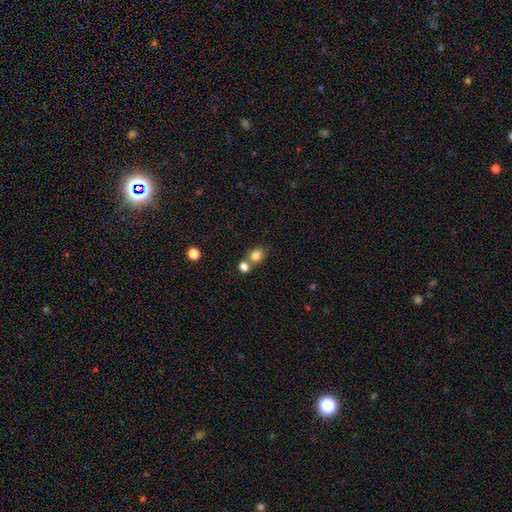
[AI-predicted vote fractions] Smooth or featured: smooth — 82% (star or artifact — 11%)
How rounded: round — 69% (in between — 30%)
Merging: none — 53% (merger — 35%)